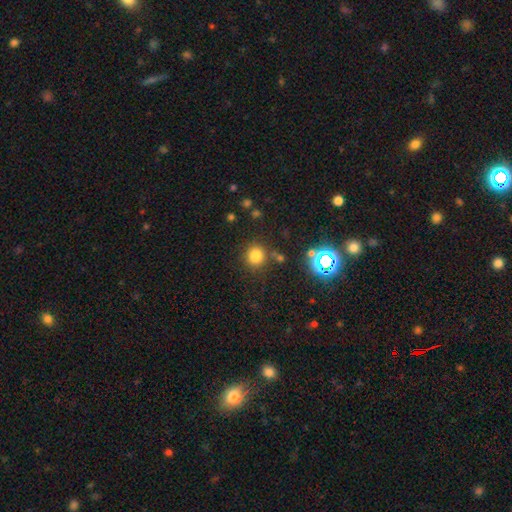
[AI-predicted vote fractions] smooth_or_featured: smooth (p=0.78) [alt: star or artifact p=0.17]
how_rounded: round (p=0.85) [alt: in between p=0.14]
merging: none (p=0.77) [alt: minor disturbance p=0.11]